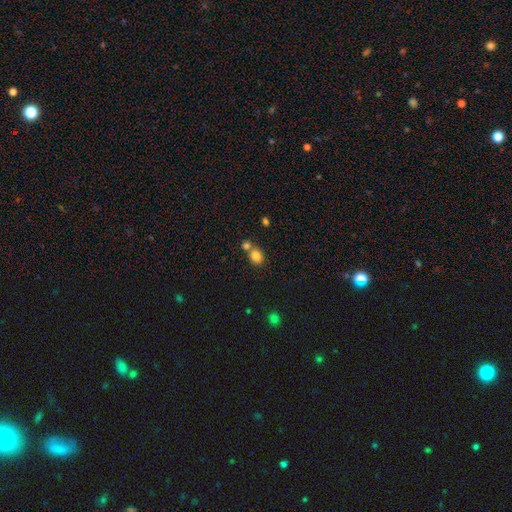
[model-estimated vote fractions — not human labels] Q: Smooth or featured?
A: smooth (84%); runner-up: star or artifact (11%)
Q: How rounded?
A: round (63%); runner-up: in between (36%)
Q: Merging?
A: none (54%); runner-up: merger (34%)